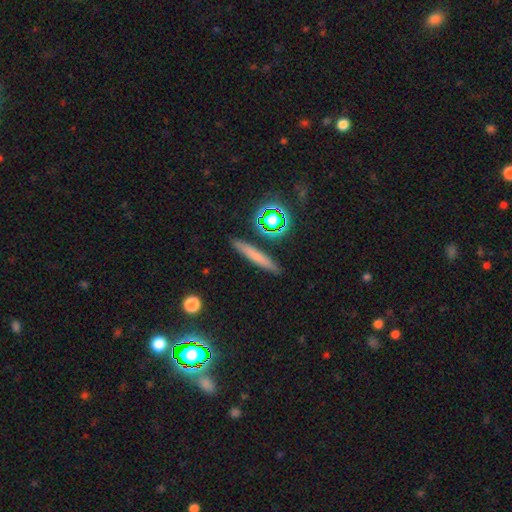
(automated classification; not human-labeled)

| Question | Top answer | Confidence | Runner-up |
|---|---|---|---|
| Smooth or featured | smooth | 64% | featured or disk (22%) |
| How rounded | cigar-shaped | 90% | in between (6%) |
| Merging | none | 88% | minor disturbance (7%) |